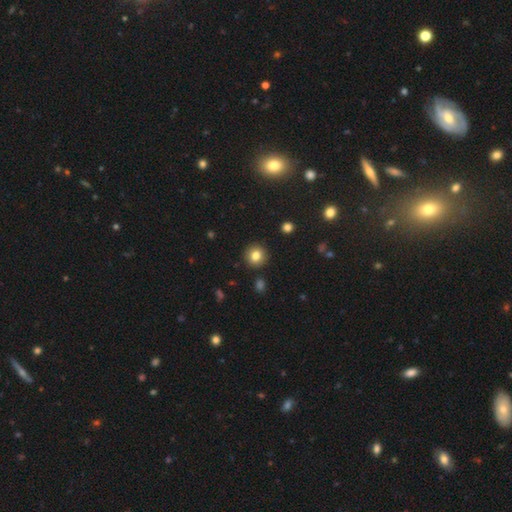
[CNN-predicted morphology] Smooth or featured? Predicted: smooth (p=0.81). How rounded? Predicted: round (p=0.92). Merging? Predicted: none (p=0.91).